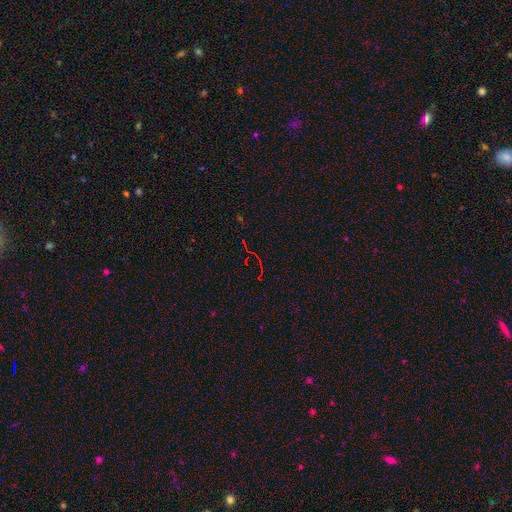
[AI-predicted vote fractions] smooth_or_featured: star or artifact (p=0.76) [alt: featured or disk p=0.13]